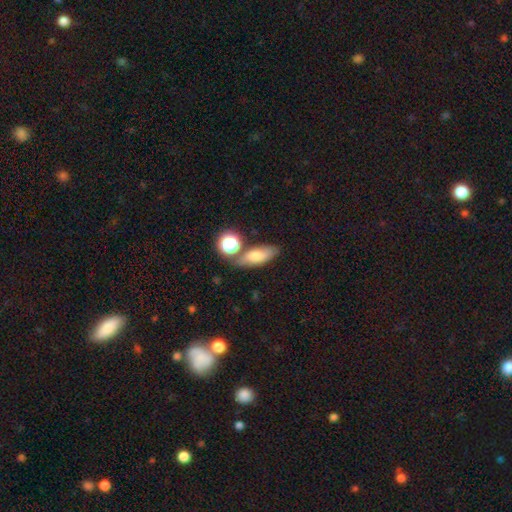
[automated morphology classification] smooth_or_featured: smooth (p=0.71) [alt: featured or disk p=0.18]
how_rounded: in between (p=0.63) [alt: cigar-shaped p=0.26]
merging: none (p=0.67) [alt: minor disturbance p=0.14]